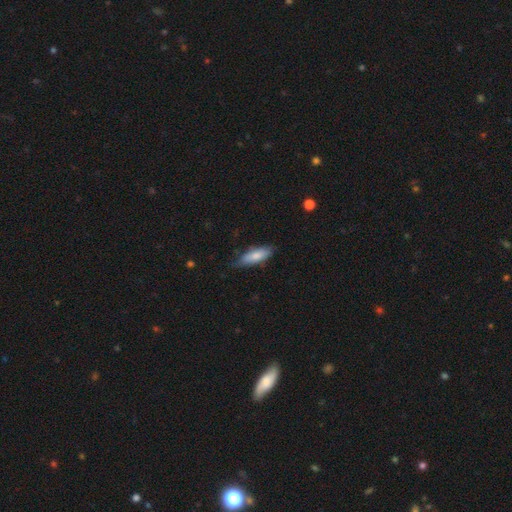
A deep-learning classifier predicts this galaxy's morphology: Q: Smooth or featured?
A: smooth (77%); runner-up: featured or disk (17%)
Q: How rounded?
A: in between (59%); runner-up: cigar-shaped (39%)
Q: Merging?
A: none (69%); runner-up: minor disturbance (26%)